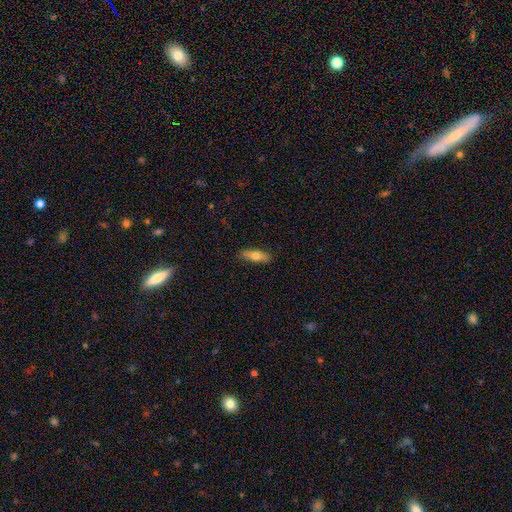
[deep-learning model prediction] This is likely a smooth galaxy (64%). How rounded: possibly cigar-shaped (51%). Merging: clearly none (85%).